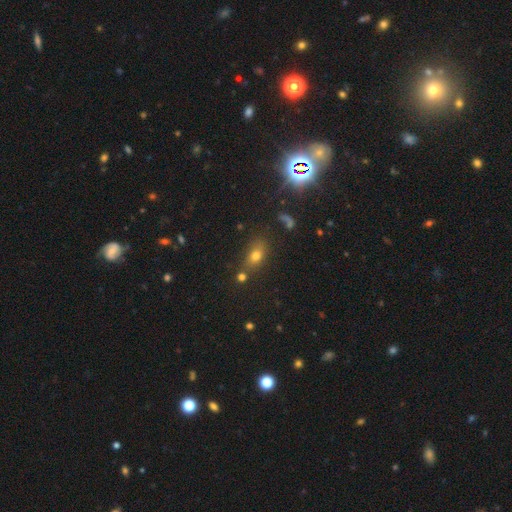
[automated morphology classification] smooth 65%, star or artifact 23%, featured or disk 12%. Down the decision tree: how rounded — in between (68%); merging — none (67%).